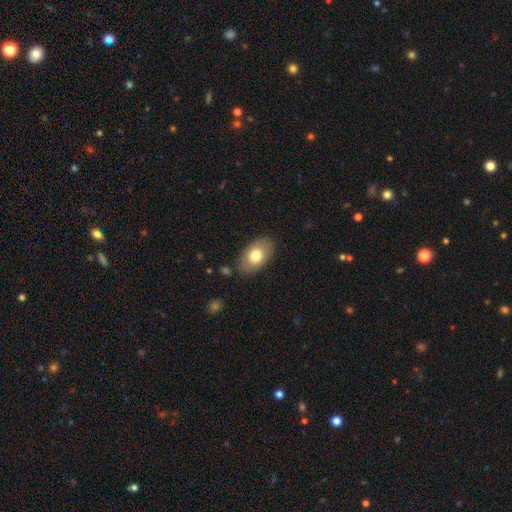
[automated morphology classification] A smooth galaxy with no disk features (74%) that is in between round and cigar-shaped (91%). Merging: none (82%).